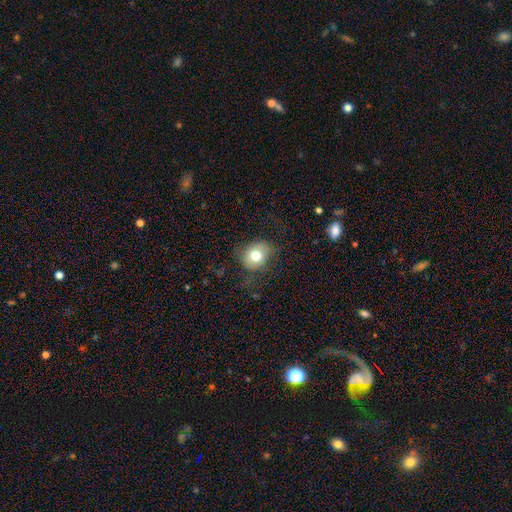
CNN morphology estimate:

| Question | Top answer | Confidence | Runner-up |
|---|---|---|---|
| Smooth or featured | smooth | 74% | featured or disk (15%) |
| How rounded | round | 61% | in between (38%) |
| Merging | none | 73% | minor disturbance (18%) |